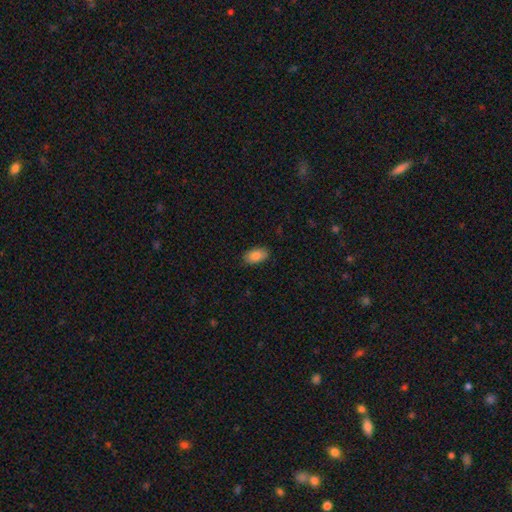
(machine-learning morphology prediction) A smooth galaxy with no disk features (84%) that is in between round and cigar-shaped (93%).

Vote fractions:
- Smooth or featured? smooth: 84% / featured or disk: 9% / star or artifact: 7%
- How rounded? in between: 93% / round: 5% / cigar-shaped: 2%
- Merging? none: 87% / minor disturbance: 10% / major disturbance: 2% / merger: 1%